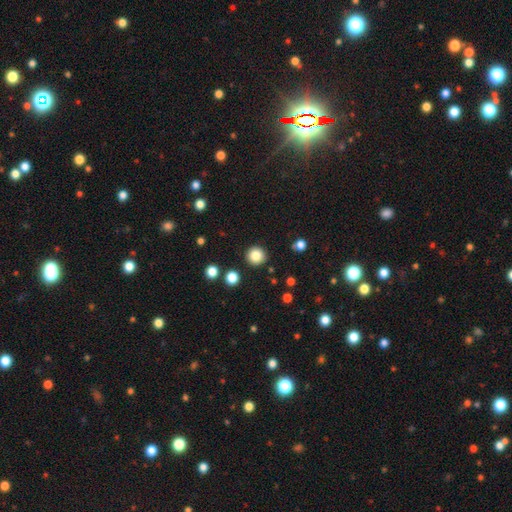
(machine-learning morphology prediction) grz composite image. It shows a smooth galaxy with no disk features (84%) that is round (94%). Merging: none (90%).